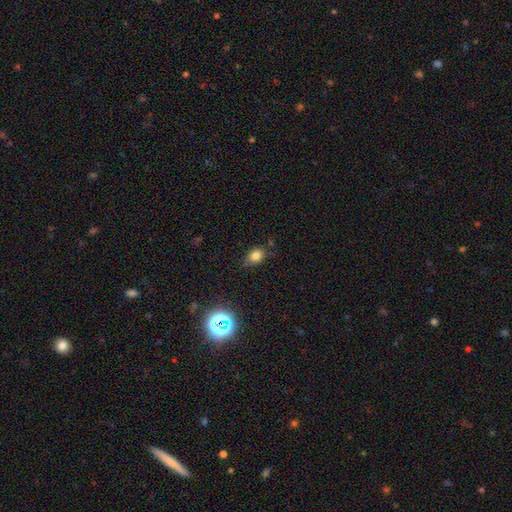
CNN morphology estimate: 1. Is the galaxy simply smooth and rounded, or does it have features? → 76% smooth, 15% star or artifact, 8% featured or disk.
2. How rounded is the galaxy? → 56% in between, 42% round, 2% cigar-shaped.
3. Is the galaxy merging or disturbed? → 68% none, 24% minor disturbance, 5% major disturbance, 3% merger.